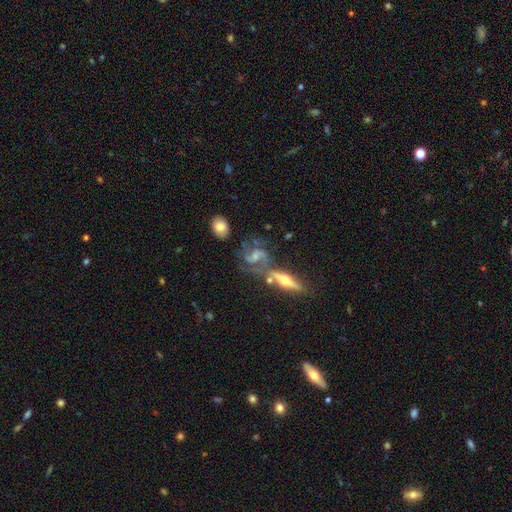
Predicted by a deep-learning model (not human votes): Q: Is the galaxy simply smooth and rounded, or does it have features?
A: featured or disk — 83%.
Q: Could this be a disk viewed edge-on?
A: no — 91%.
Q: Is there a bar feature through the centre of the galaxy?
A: no — 43%.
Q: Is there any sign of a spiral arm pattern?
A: yes — 95%.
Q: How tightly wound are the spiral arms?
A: medium — 53%.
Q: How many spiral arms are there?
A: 2 — 83%.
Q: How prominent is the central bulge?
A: small — 52%.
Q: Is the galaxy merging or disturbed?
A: none — 49%.